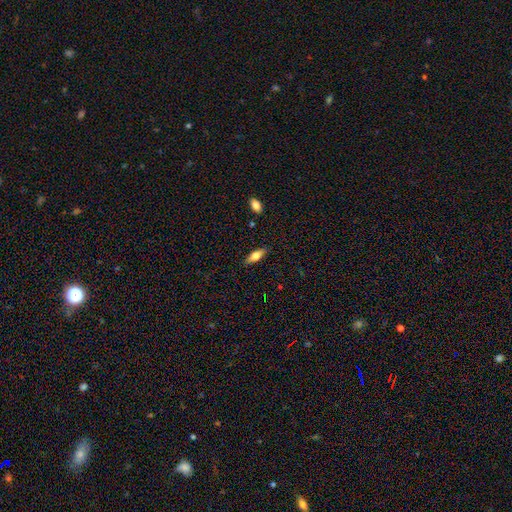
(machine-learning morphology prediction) type=smooth (62%); roundness=in between (63%); merging=none (86%).